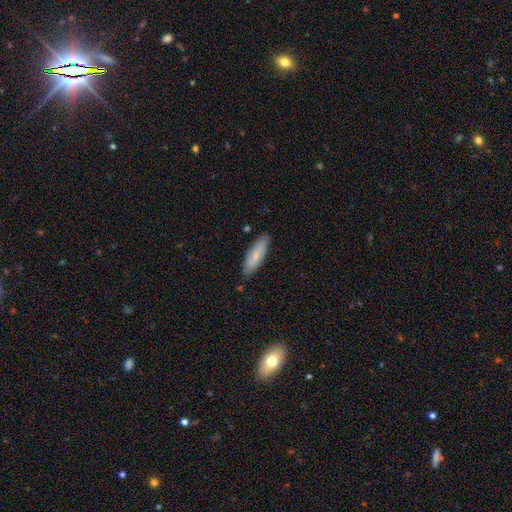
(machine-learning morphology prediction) Overall: smooth (77%). How rounded: cigar-shaped (50%; in between 49%). Merging: none (83%).